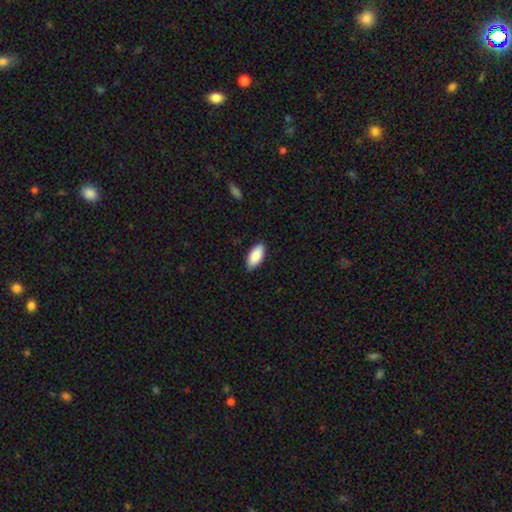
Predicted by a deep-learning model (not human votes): A smooth galaxy with no disk features (89%) that is in between round and cigar-shaped (90%).

Vote fractions:
- Smooth or featured? smooth: 89% / star or artifact: 6% / featured or disk: 6%
- How rounded? in between: 90% / cigar-shaped: 8% / round: 2%
- Merging? none: 85% / minor disturbance: 12% / major disturbance: 2% / merger: 1%